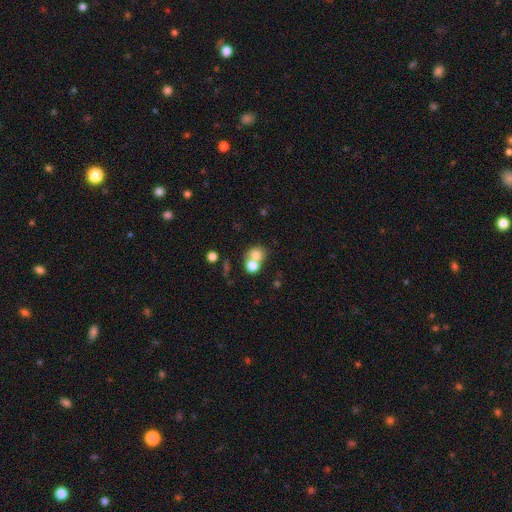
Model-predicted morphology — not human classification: Smooth or featured?
  - smooth: 73% *
  - featured or disk: 15%
  - star or artifact: 12%
How rounded?
  - round: 73% *
  - in between: 26%
  - cigar-shaped: 1%
Merging?
  - merger: 53% *
  - none: 36%
  - minor disturbance: 7%
  - major disturbance: 4%